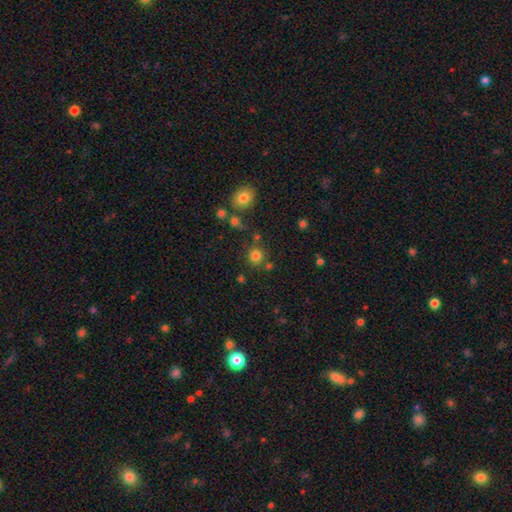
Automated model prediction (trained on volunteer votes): The model was most divided on "smooth or featured": smooth: 78%, star or artifact: 16%, featured or disk: 6%. More confident: how rounded — round (89%); merging — none (78%).